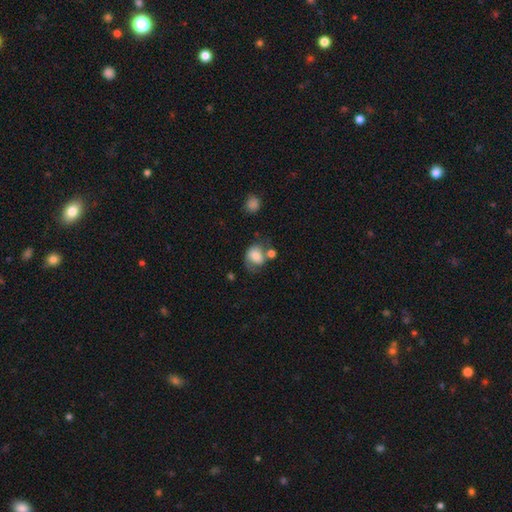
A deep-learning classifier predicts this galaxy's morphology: The model was most divided on "how rounded": in between: 50%, round: 48%, cigar-shaped: 1%. Remaining: smooth or featured — smooth (61%); merging — none (38%).